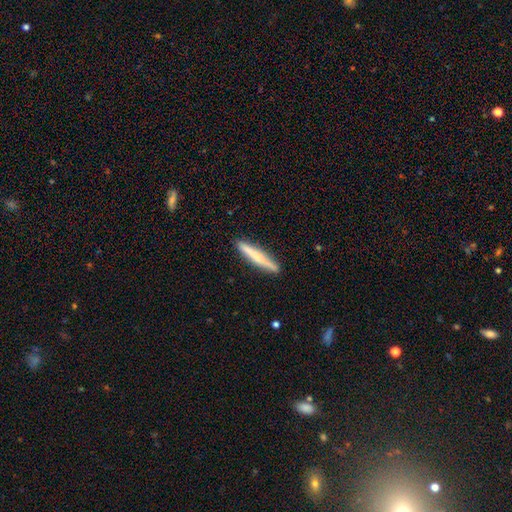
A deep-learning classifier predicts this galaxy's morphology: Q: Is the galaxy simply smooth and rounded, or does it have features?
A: smooth — 60%.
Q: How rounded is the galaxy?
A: cigar-shaped — 95%.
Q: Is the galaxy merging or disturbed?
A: none — 90%.